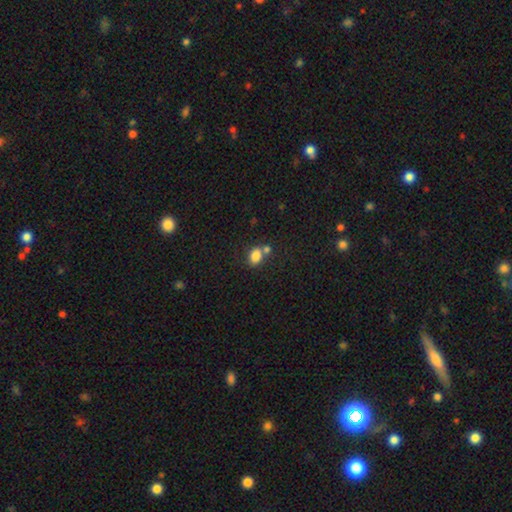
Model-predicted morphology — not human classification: The model was most divided on "merging": none: 51%, merger: 33%, minor disturbance: 12%, major disturbance: 4%. More confident: smooth or featured — smooth (82%); how rounded — in between (70%).